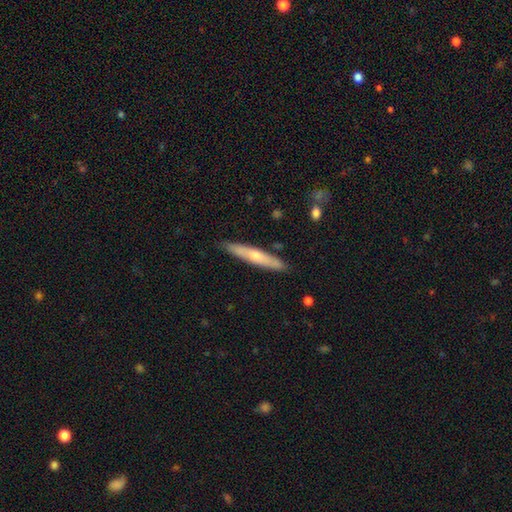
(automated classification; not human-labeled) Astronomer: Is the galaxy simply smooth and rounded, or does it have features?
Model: smooth — 50% (runner-up: featured or disk, 45%).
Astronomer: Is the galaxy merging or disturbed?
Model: none — 86%.